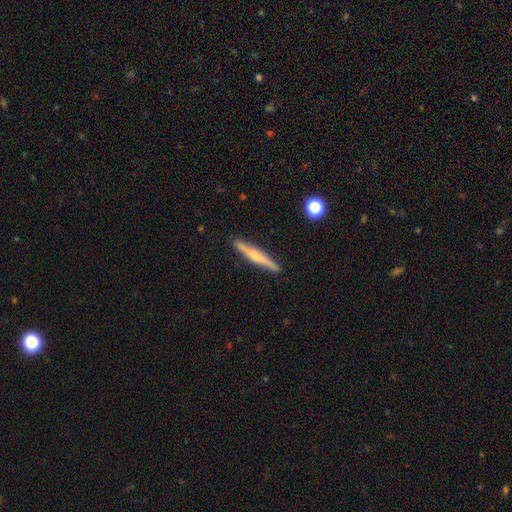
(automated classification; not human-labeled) Smooth or featured?
  - featured or disk: 57% *
  - smooth: 37%
  - star or artifact: 6%
Edge-on disk?
  - yes: 96% *
  - no: 4%
Edge-on bulge?
  - rounded: 74% *
  - none: 19%
  - boxy: 7%
Merging?
  - none: 90% *
  - minor disturbance: 8%
  - major disturbance: 1%
  - merger: 1%